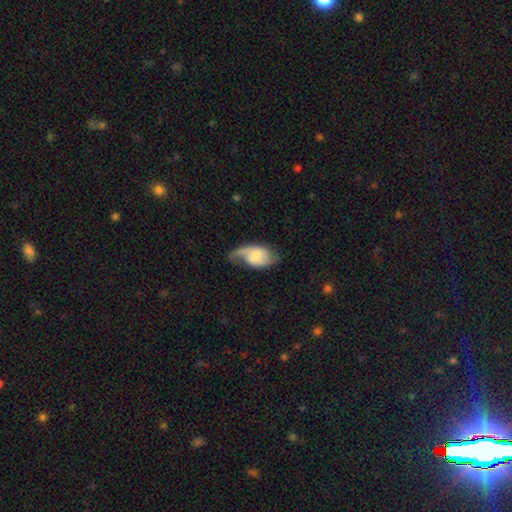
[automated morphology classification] Smooth or featured? featured or disk (65%)
Edge-on disk? no (96%)
Bar? no (46%)
Spiral arms? yes (92%)
Spiral winding? loose (57%)
Spiral arm count? 2 (71%)
Bulge size? small (30%)
Merging? none (50%)